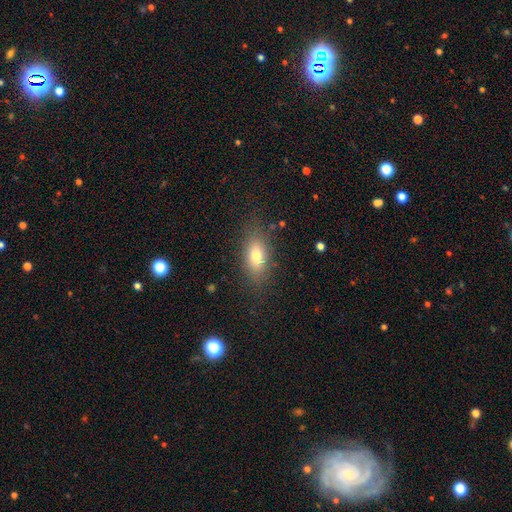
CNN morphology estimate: A smooth galaxy with no disk features (74%) that is in between round and cigar-shaped (81%).

Vote fractions:
- Smooth or featured? smooth: 74% / featured or disk: 16% / star or artifact: 10%
- How rounded? in between: 81% / cigar-shaped: 11% / round: 8%
- Merging? none: 82% / minor disturbance: 12% / major disturbance: 5% / merger: 1%